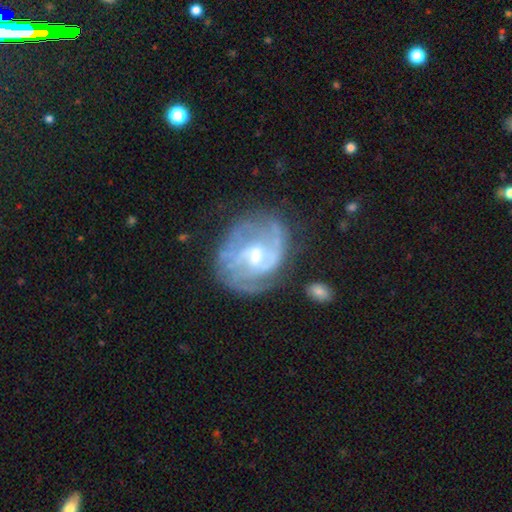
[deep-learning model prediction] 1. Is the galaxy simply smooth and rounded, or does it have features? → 83% featured or disk, 11% smooth, 6% star or artifact.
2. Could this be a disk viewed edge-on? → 98% no, 2% yes.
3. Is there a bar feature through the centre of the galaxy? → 50% weak, 40% no, 10% strong.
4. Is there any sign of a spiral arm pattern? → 89% yes, 11% no.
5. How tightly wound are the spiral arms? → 48% tight, 39% medium, 14% loose.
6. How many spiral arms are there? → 34% 2, 33% can't tell, 17% 3, 6% 1, 5% 4, 4% more than 4.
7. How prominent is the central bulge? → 48% small, 46% moderate, 3% large, 3% none, 1% dominant.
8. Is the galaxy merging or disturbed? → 62% none, 22% minor disturbance, 13% major disturbance, 3% merger.